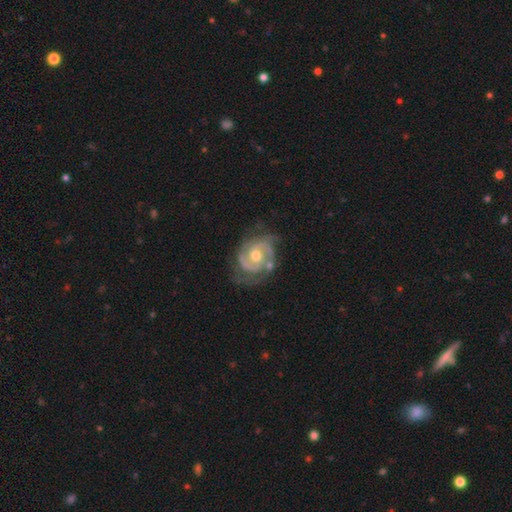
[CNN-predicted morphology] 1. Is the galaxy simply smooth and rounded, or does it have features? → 89% featured or disk, 6% smooth, 5% star or artifact.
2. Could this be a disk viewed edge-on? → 98% no, 2% yes.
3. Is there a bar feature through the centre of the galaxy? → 67% no, 27% weak, 6% strong.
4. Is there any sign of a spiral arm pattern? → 96% yes, 4% no.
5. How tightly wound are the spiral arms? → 57% tight, 36% medium, 8% loose.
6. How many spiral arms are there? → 67% 2, 13% 3, 11% can't tell, 4% 1, 3% 4, 2% more than 4.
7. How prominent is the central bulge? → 77% moderate, 16% small, 5% large, 1% none, 1% dominant.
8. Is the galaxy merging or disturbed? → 64% none, 22% minor disturbance, 10% major disturbance, 3% merger.